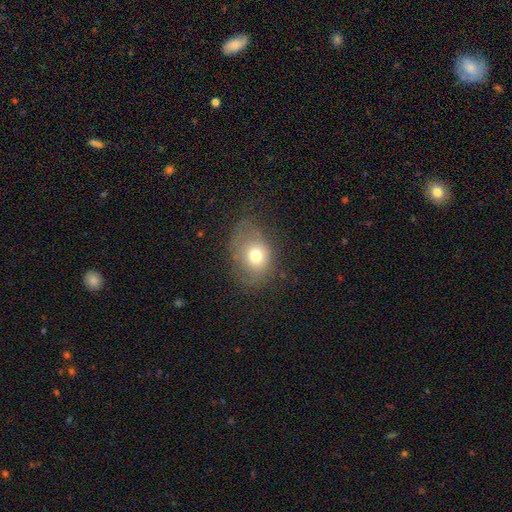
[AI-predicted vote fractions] A smooth galaxy with no disk features (71%) that is in between round and cigar-shaped (56%).

Vote fractions:
- Smooth or featured? smooth: 71% / featured or disk: 17% / star or artifact: 12%
- How rounded? in between: 56% / round: 43% / cigar-shaped: 1%
- Merging? none: 53% / minor disturbance: 27% / major disturbance: 18% / merger: 2%